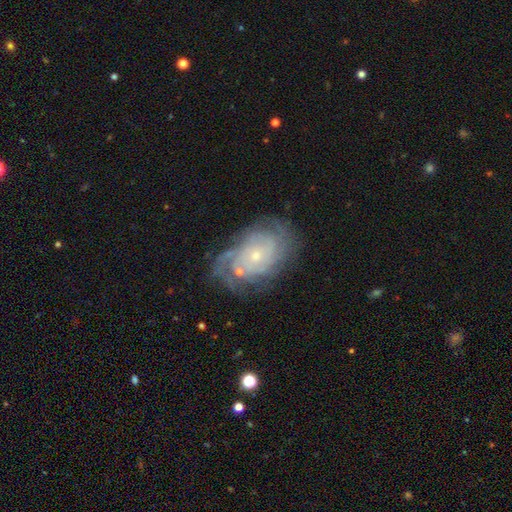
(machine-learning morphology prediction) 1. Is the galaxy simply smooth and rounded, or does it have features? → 81% featured or disk, 12% smooth, 7% star or artifact.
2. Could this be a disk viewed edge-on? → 97% no, 3% yes.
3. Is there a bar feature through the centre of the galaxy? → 80% no, 17% weak, 3% strong.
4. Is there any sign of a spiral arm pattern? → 93% yes, 7% no.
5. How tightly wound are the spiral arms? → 70% tight, 23% medium, 6% loose.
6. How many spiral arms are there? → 40% can't tell, 18% 4, 15% 3, 13% 2, 9% more than 4, 6% 1.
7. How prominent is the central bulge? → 76% small, 19% moderate, 2% none, 1% large, 1% dominant.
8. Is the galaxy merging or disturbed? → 68% none, 18% minor disturbance, 8% major disturbance, 5% merger.